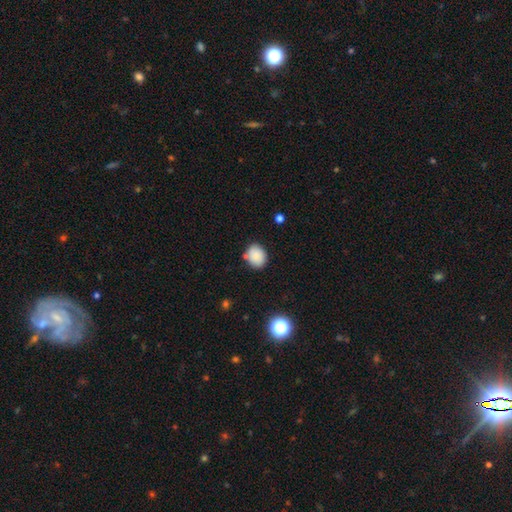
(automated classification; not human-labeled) smooth 86%, star or artifact 9%, featured or disk 5%. Down the decision tree: how rounded — round (52%); merging — none (75%).